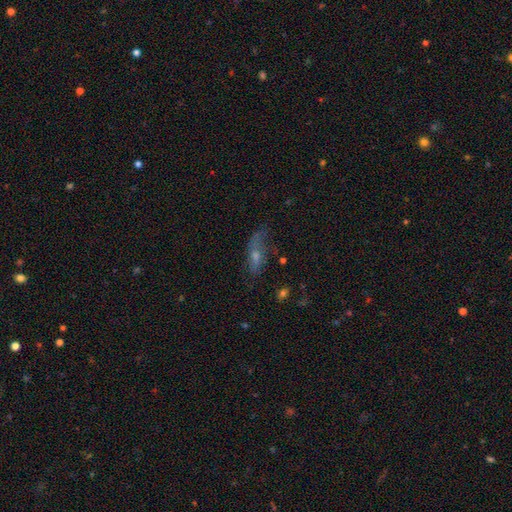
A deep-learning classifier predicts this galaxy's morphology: Smooth or featured? featured or disk (47%)
Merging? none (51%)